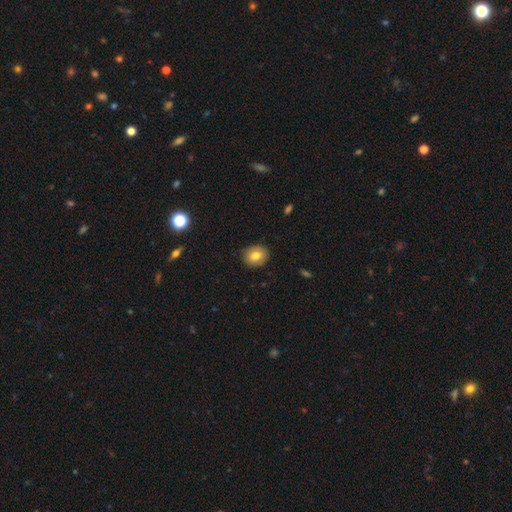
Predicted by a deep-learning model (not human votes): A smooth galaxy with no disk features (77%) that is round (71%). Merging: none (87%).